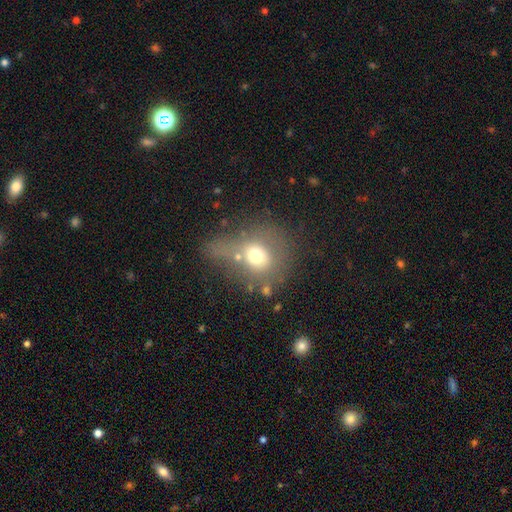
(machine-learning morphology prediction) A smooth galaxy with no disk features (62%) that is round (69%).

Vote fractions:
- Smooth or featured? smooth: 62% / featured or disk: 23% / star or artifact: 14%
- How rounded? round: 69% / in between: 29% / cigar-shaped: 2%
- Merging? none: 41% / major disturbance: 22% / minor disturbance: 20% / merger: 16%